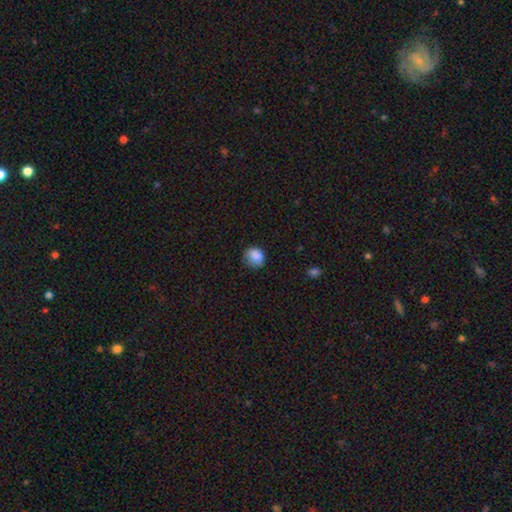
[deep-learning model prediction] Morphology: type=smooth (87%); roundness=round (66%); merging=none (68%).